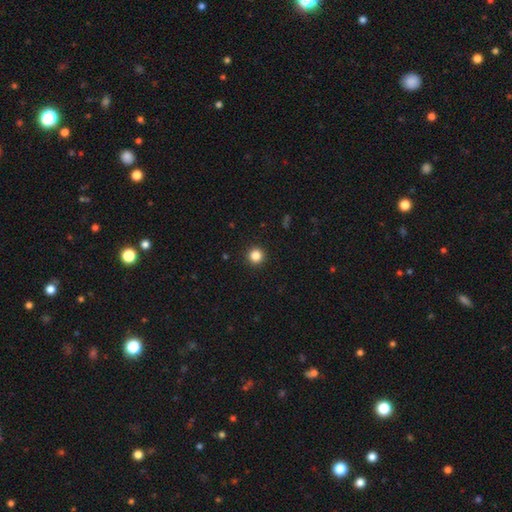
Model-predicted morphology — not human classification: A smooth galaxy with no disk features (84%) that is round (96%). Merging: none (93%).